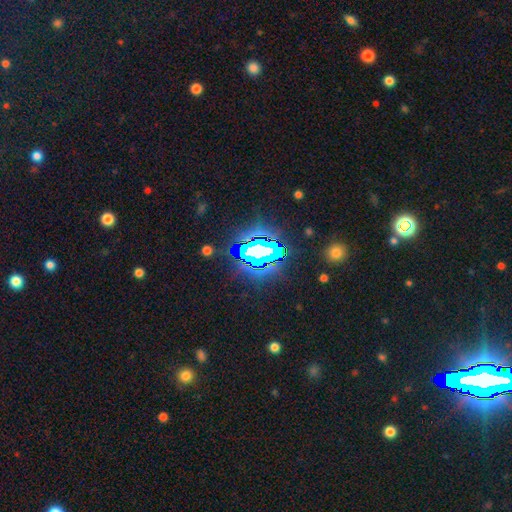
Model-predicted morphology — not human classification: Smooth or featured?
  - star or artifact: 73% *
  - smooth: 13%
  - featured or disk: 13%